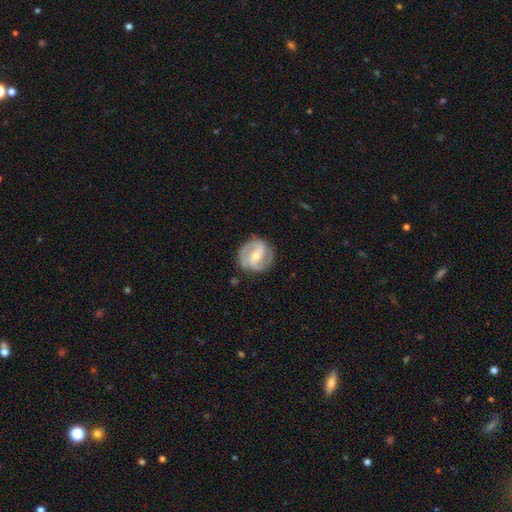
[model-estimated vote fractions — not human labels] This appears to be a featured or disk galaxy (82%) with a strong bar (43%), 2 (83%) medium (45%) spiral arms (92%) and a moderate central bulge (51%). Merging: none (82%).